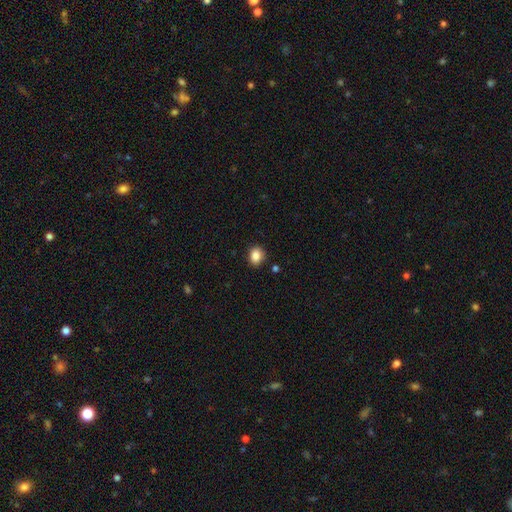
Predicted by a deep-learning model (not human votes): smooth 86%, star or artifact 9%, featured or disk 5%. Down the decision tree: how rounded — in between (50%); merging — none (88%).